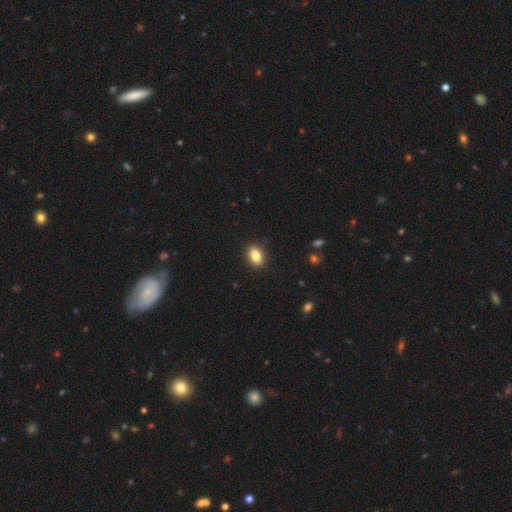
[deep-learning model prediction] smooth_or_featured: smooth (p=0.85) [alt: star or artifact p=0.09]
how_rounded: in between (p=0.82) [alt: round p=0.16]
merging: none (p=0.90) [alt: minor disturbance p=0.07]